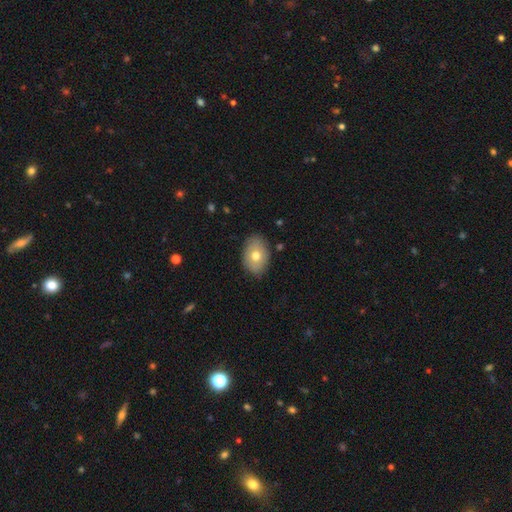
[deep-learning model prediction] smooth-or-featured: smooth: 69% | featured or disk: 24% | star or artifact: 7%
  how-rounded: in between: 79% | round: 19% | cigar-shaped: 1%
  merging: none: 84% | minor disturbance: 12% | major disturbance: 2% | merger: 1%